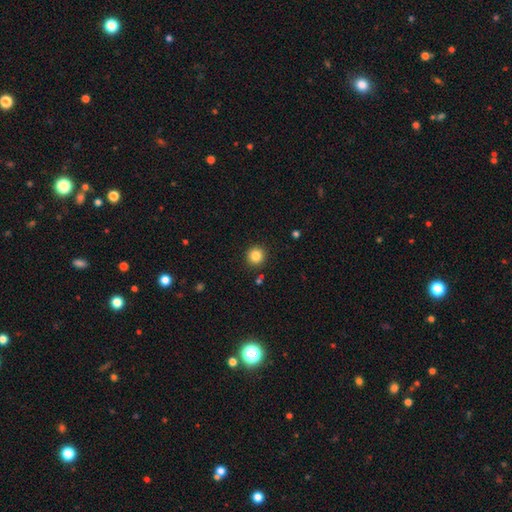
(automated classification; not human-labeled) smooth_or_featured: smooth (p=0.85) [alt: star or artifact p=0.11]
how_rounded: round (p=0.94) [alt: in between p=0.05]
merging: none (p=0.91) [alt: minor disturbance p=0.05]